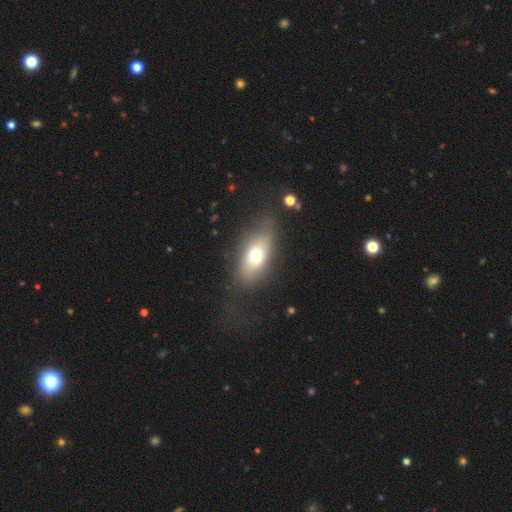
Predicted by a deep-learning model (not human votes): smooth_or_featured: smooth (p=0.69) [alt: featured or disk p=0.21]
how_rounded: in between (p=0.80) [alt: cigar-shaped p=0.10]
merging: none (p=0.70) [alt: minor disturbance p=0.18]